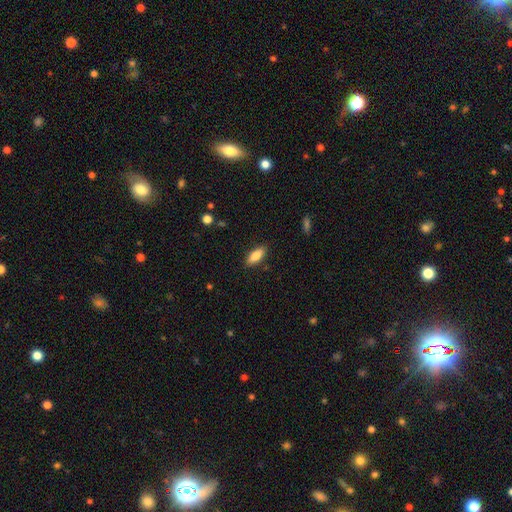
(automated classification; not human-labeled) Morphology: type=smooth (82%); roundness=in between (76%); merging=none (87%).